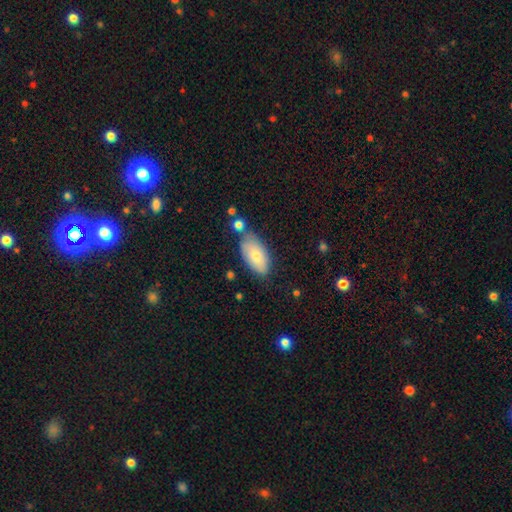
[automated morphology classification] Smooth or featured? smooth (75%)
How rounded? in between (93%)
Merging? none (64%)